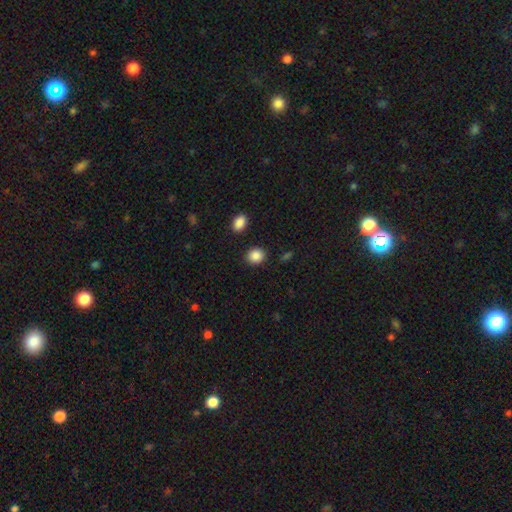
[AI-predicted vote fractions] Smooth or featured? smooth (88%)
How rounded? round (71%)
Merging? none (88%)